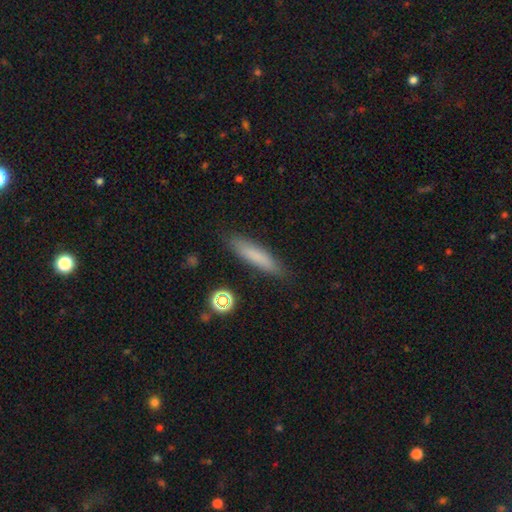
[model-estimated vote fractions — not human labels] Q: Smooth or featured?
A: smooth (77%); runner-up: featured or disk (15%)
Q: How rounded?
A: cigar-shaped (86%); runner-up: in between (12%)
Q: Merging?
A: none (86%); runner-up: minor disturbance (10%)